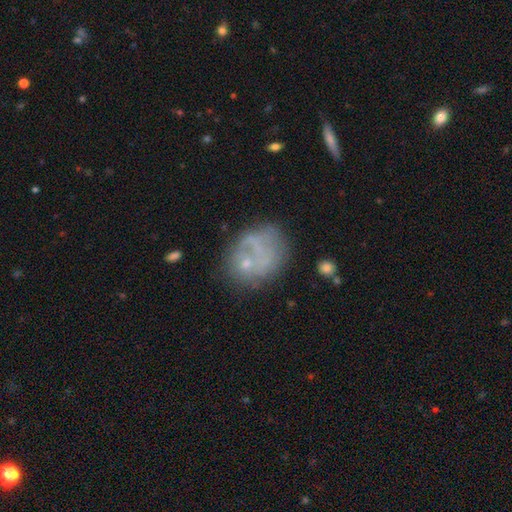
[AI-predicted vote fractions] Morphology: type=featured or disk (42%); merging=none (53%).